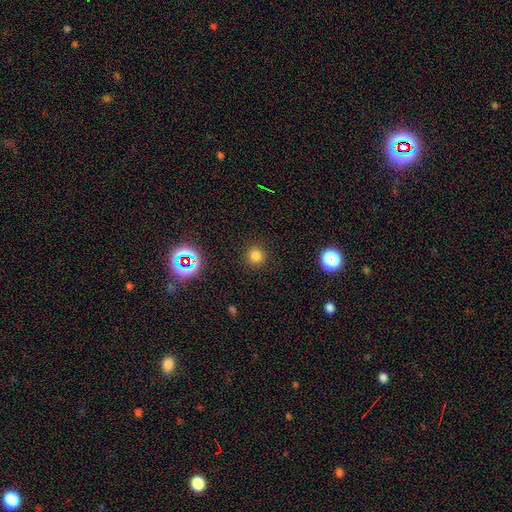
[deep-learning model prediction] smooth_or_featured: smooth (p=0.78) [alt: star or artifact p=0.17]
how_rounded: round (p=0.93) [alt: in between p=0.06]
merging: none (p=0.91) [alt: minor disturbance p=0.06]